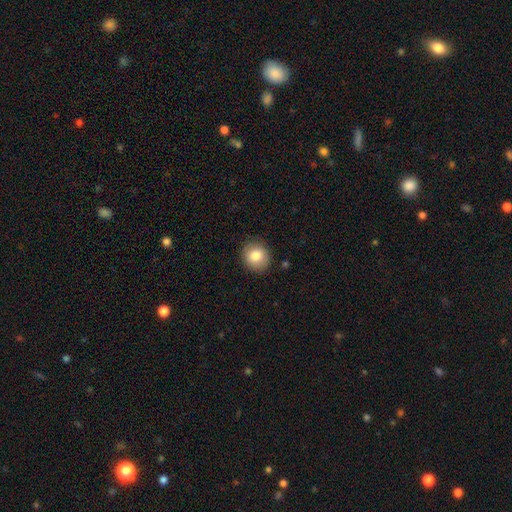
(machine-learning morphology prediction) Smooth or featured? smooth (83%)
How rounded? round (82%)
Merging? none (87%)